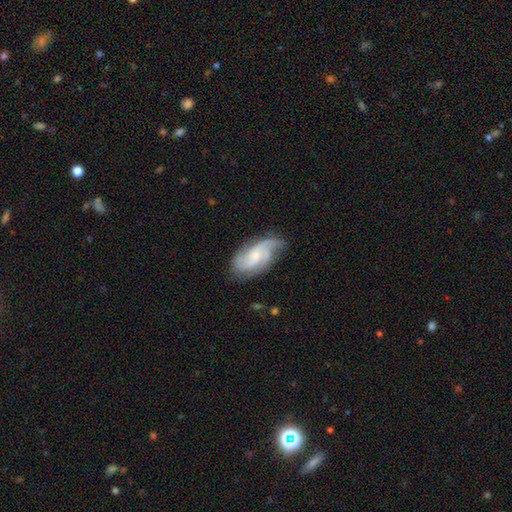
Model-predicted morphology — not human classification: This is likely a featured or disk galaxy (80%). It is clearly not viewed edge-on (96%). Bar: possibly no (60%). Spiral arm pattern: clearly yes (96%). Spiral arm count: marginally 3 (39%). Spiral winding: possibly medium (47%). Central bulge: possibly small (58%). Merging: likely none (63%).